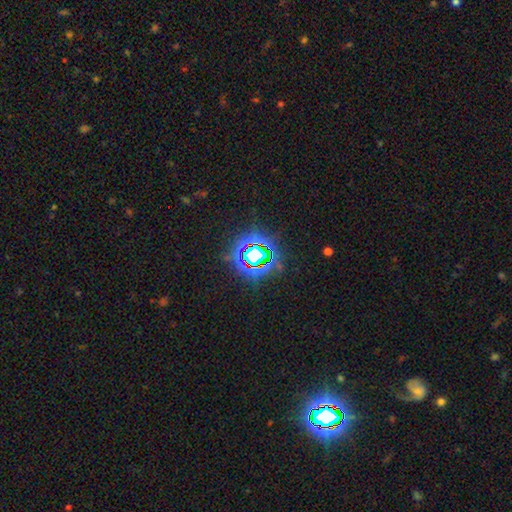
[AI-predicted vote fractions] This is likely a star or artifact rather than a galaxy (75%).